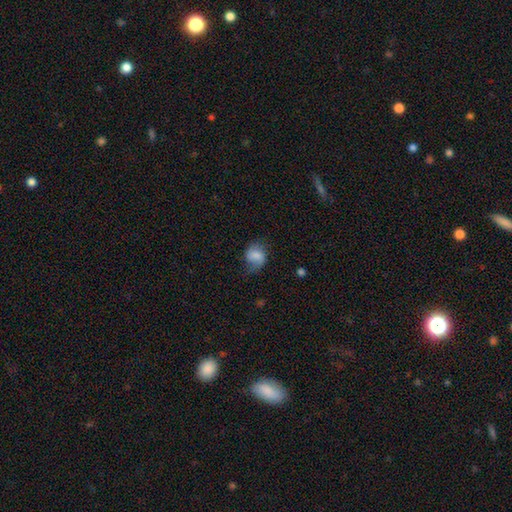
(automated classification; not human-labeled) A smooth galaxy with no disk features (64%) that is round (52%).

Vote fractions:
- Smooth or featured? smooth: 64% / featured or disk: 28% / star or artifact: 9%
- How rounded? round: 52% / in between: 47% / cigar-shaped: 1%
- Merging? none: 52% / minor disturbance: 30% / major disturbance: 16% / merger: 2%